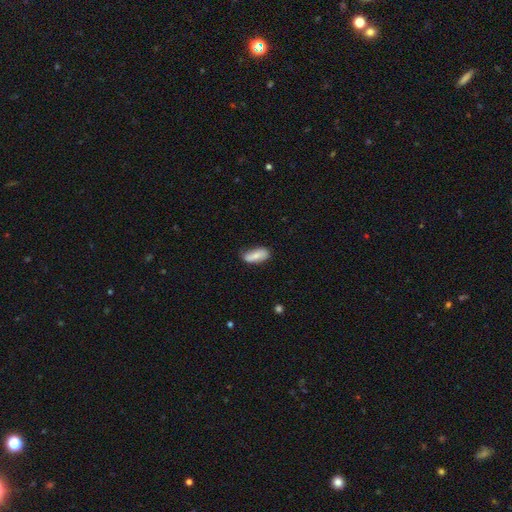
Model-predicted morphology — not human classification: Smooth or featured?
  - smooth: 73% *
  - featured or disk: 20%
  - star or artifact: 6%
How rounded?
  - in between: 80% *
  - cigar-shaped: 17%
  - round: 3%
Merging?
  - none: 67% *
  - minor disturbance: 26%
  - major disturbance: 5%
  - merger: 2%